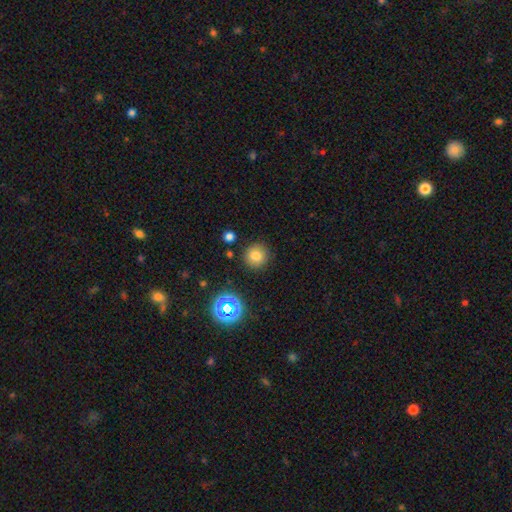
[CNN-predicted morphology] A smooth galaxy with no disk features (76%) that is round (94%).

Vote fractions:
- Smooth or featured? smooth: 76% / star or artifact: 17% / featured or disk: 7%
- How rounded? round: 94% / in between: 5% / cigar-shaped: 1%
- Merging? none: 87% / minor disturbance: 8% / major disturbance: 3% / merger: 2%